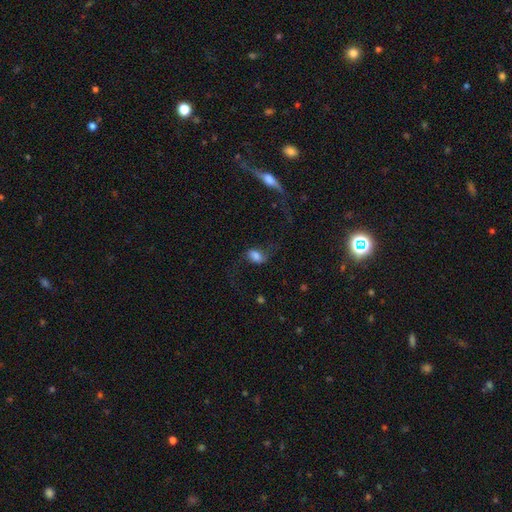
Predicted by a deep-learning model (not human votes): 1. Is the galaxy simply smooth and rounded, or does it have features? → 51% smooth, 38% featured or disk, 11% star or artifact.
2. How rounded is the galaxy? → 84% in between, 13% round, 3% cigar-shaped.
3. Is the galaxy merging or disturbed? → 51% none, 26% major disturbance, 19% minor disturbance, 5% merger.